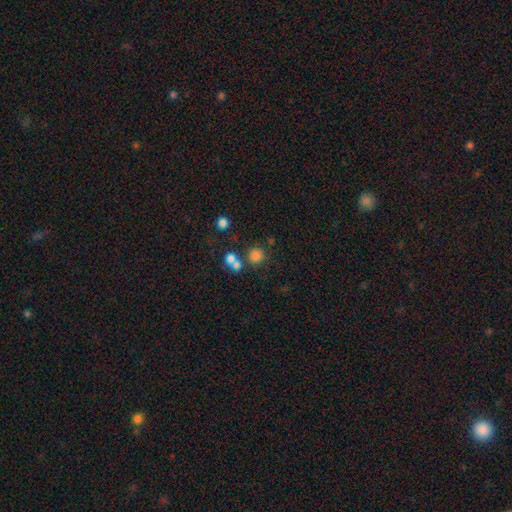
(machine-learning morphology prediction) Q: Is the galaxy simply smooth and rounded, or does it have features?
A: smooth — 77%.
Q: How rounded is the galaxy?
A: round — 88%.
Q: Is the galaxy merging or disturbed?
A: none — 62%.